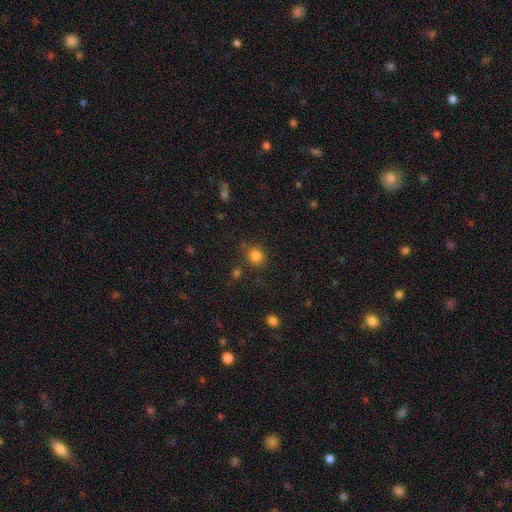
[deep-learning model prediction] A smooth galaxy with no disk features (82%) that is round (75%). Merging: none (78%).